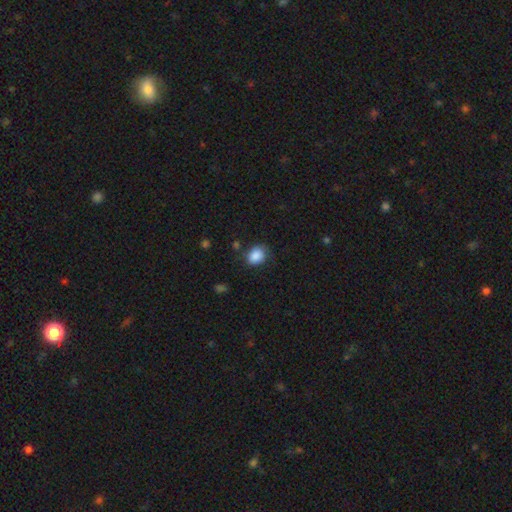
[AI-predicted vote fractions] Overall: smooth (87%). How rounded: in between (55%; round 45%). Merging: none (71%).